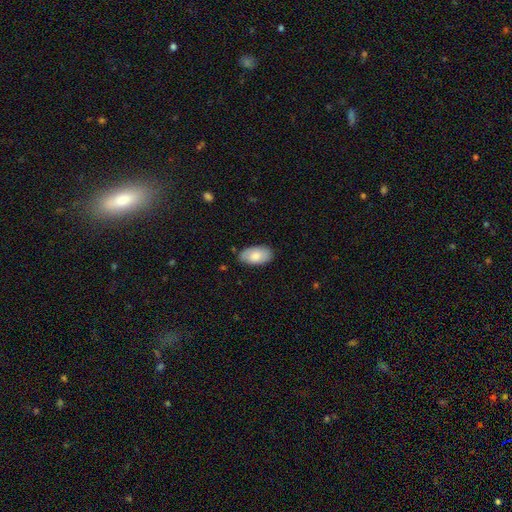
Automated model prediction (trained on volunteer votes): Smooth or featured?
  - smooth: 79% *
  - featured or disk: 15%
  - star or artifact: 6%
How rounded?
  - in between: 95% *
  - round: 3%
  - cigar-shaped: 2%
Merging?
  - none: 80% *
  - minor disturbance: 16%
  - major disturbance: 3%
  - merger: 1%